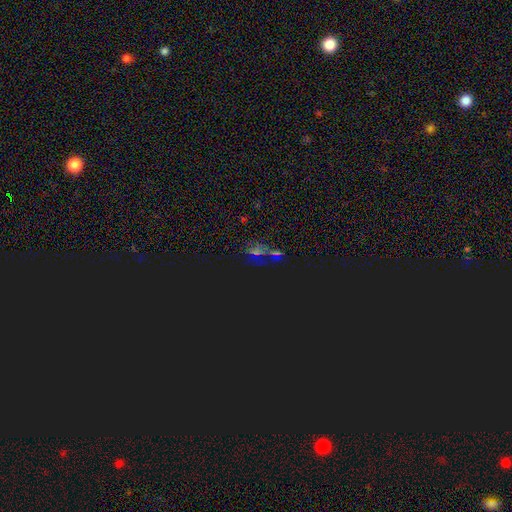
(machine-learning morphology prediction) Smooth or featured?
  - star or artifact: 70% *
  - smooth: 19%
  - featured or disk: 11%